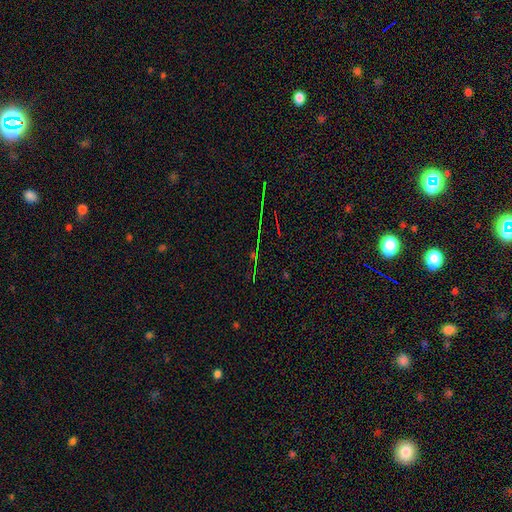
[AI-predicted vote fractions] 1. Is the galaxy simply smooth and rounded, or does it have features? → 77% star or artifact, 12% featured or disk, 11% smooth.